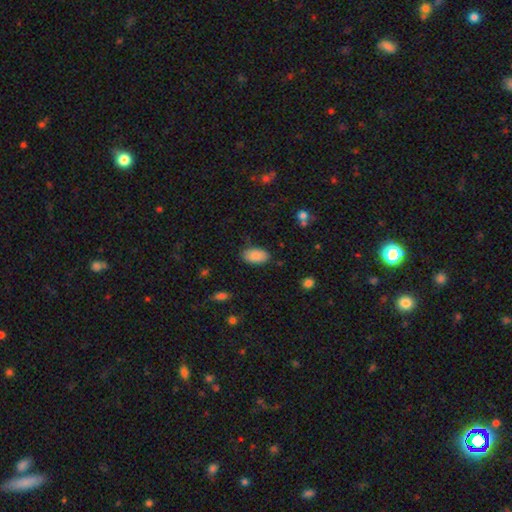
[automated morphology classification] Overall: smooth (88%). How rounded: in between (95%). Merging: none (85%).